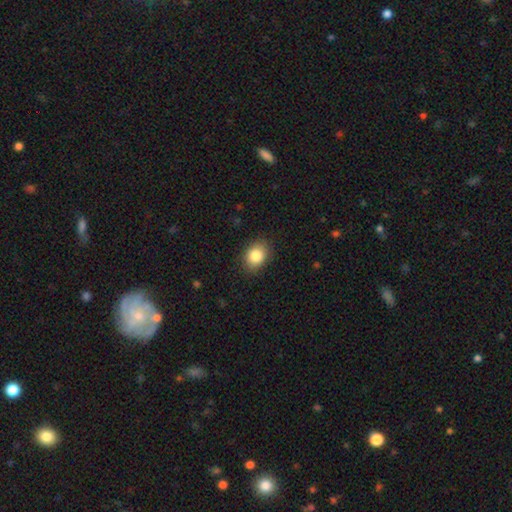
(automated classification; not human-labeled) smooth_or_featured: smooth (p=0.85) [alt: star or artifact p=0.09]
how_rounded: in between (p=0.68) [alt: round p=0.31]
merging: none (p=0.87) [alt: minor disturbance p=0.10]